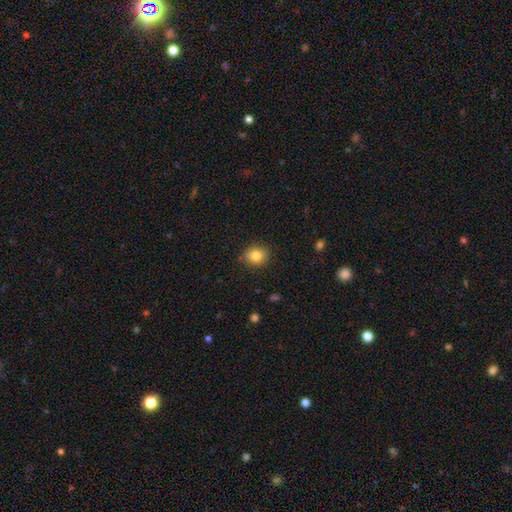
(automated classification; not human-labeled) Smooth or featured? Predicted: smooth (p=0.81). How rounded? Predicted: round (p=0.63). Merging? Predicted: none (p=0.84).